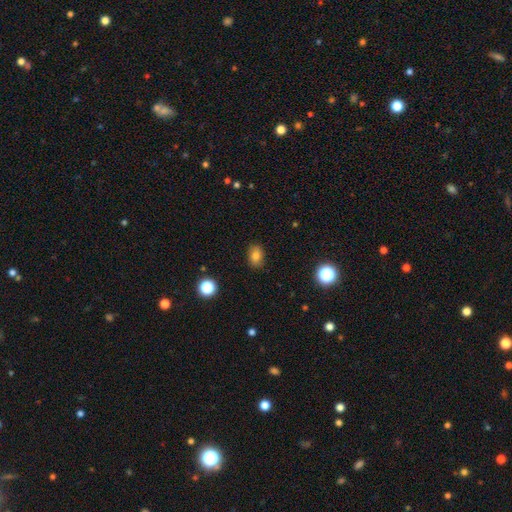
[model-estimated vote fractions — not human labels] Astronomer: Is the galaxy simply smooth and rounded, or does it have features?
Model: smooth — 81%.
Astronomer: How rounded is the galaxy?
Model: in between — 76%.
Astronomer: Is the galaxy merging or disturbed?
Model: none — 87%.